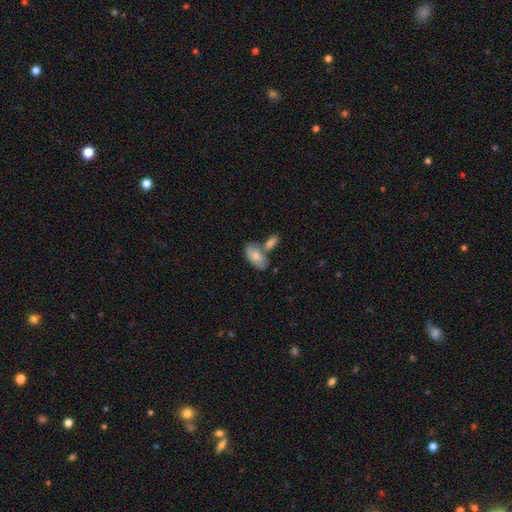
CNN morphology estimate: A smooth galaxy with no disk features (73%) that is in between round and cigar-shaped (93%).

Vote fractions:
- Smooth or featured? smooth: 73% / featured or disk: 21% / star or artifact: 6%
- How rounded? in between: 93% / cigar-shaped: 4% / round: 3%
- Merging? none: 46% / merger: 34% / minor disturbance: 15% / major disturbance: 5%